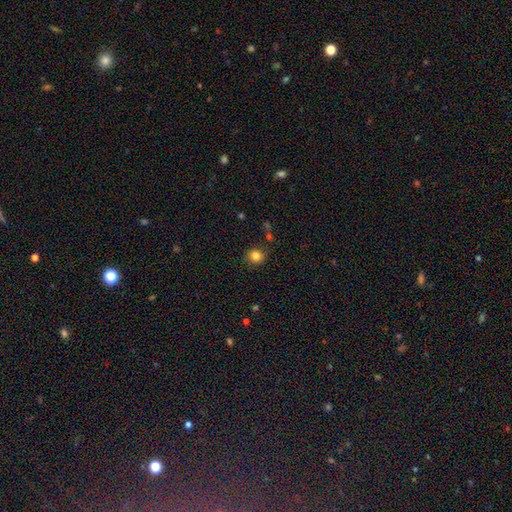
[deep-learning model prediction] Smooth or featured?
  - smooth: 83% *
  - star or artifact: 12%
  - featured or disk: 5%
How rounded?
  - round: 80% *
  - in between: 19%
  - cigar-shaped: 1%
Merging?
  - none: 85% *
  - minor disturbance: 10%
  - major disturbance: 3%
  - merger: 3%